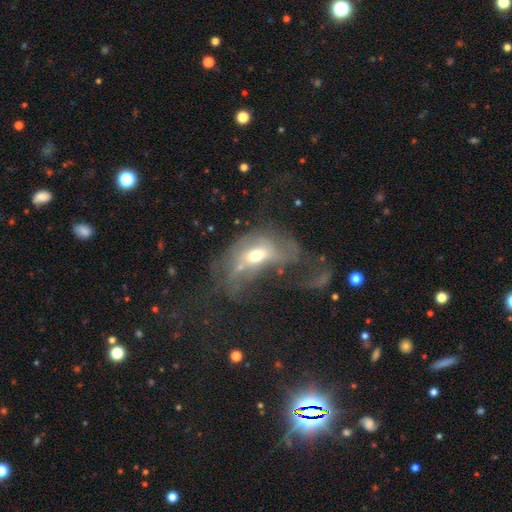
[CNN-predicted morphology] Q: Smooth or featured?
A: featured or disk (49%); runner-up: smooth (38%)
Q: Merging?
A: major disturbance (57%); runner-up: none (17%)